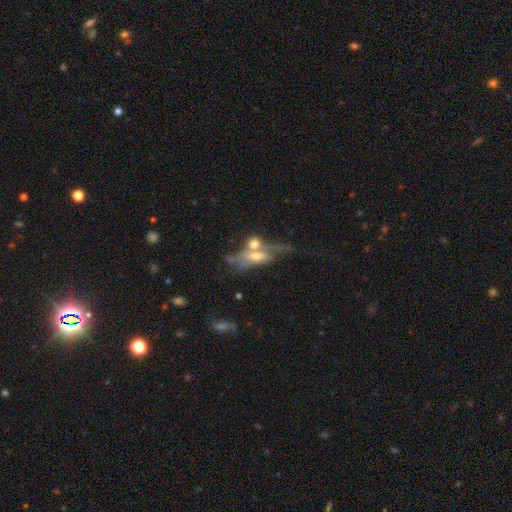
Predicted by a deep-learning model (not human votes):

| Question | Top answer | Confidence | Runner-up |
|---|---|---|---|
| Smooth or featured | featured or disk | 64% | smooth (27%) |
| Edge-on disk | no | 55% | yes (45%) |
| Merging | merger | 40% | none (29%) |